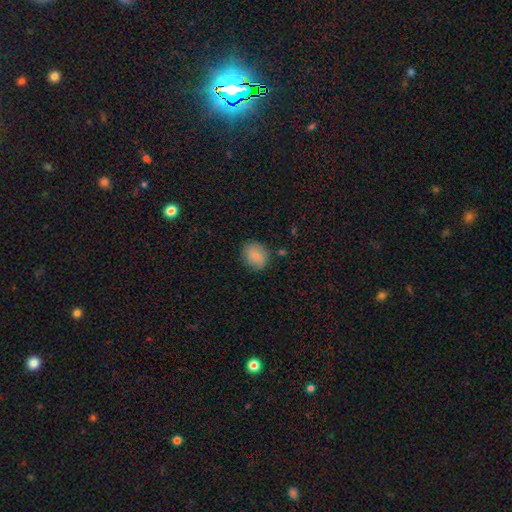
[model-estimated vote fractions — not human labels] Morphology: type=smooth (83%); roundness=round (68%); merging=none (80%).